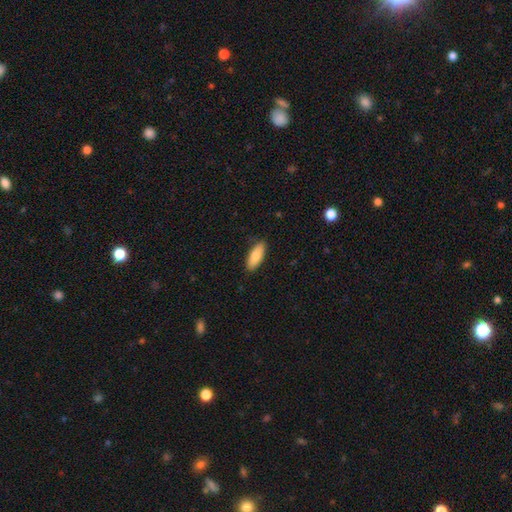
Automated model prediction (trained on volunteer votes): Morphology: type=smooth (81%); roundness=in between (73%); merging=none (86%).